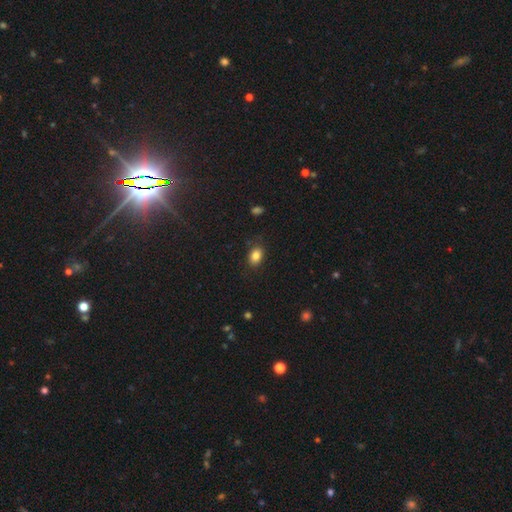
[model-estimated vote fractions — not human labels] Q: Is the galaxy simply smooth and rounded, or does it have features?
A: smooth — 84%.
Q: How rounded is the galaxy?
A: in between — 75%.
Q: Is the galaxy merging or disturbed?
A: none — 84%.